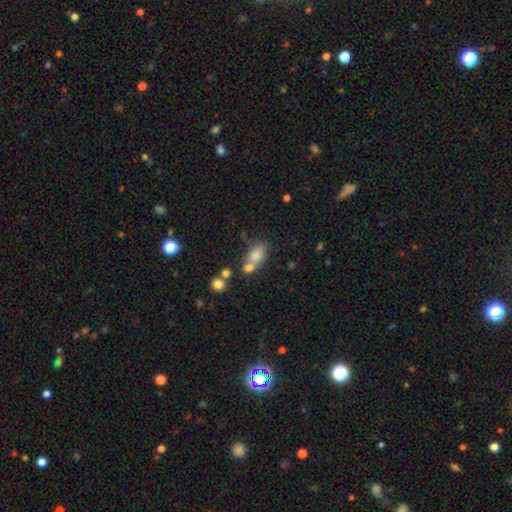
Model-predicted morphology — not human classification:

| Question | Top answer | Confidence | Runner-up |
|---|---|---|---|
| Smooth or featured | smooth | 77% | featured or disk (12%) |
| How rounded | in between | 78% | round (19%) |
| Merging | none | 41% | merger (39%) |